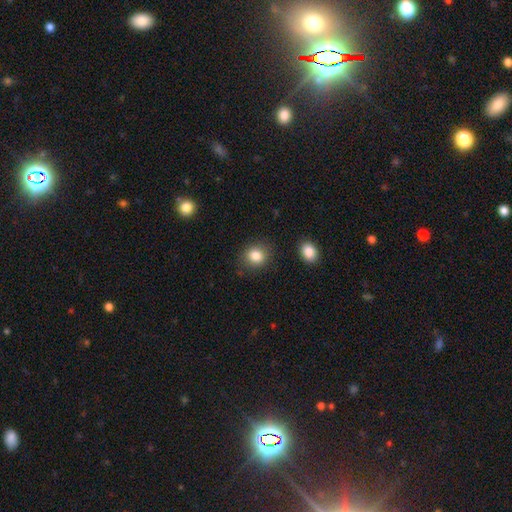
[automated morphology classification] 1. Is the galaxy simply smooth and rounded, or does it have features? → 84% smooth, 10% star or artifact, 6% featured or disk.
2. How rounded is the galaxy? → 73% round, 26% in between, 1% cigar-shaped.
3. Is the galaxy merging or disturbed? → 84% none, 10% minor disturbance, 3% major disturbance, 2% merger.